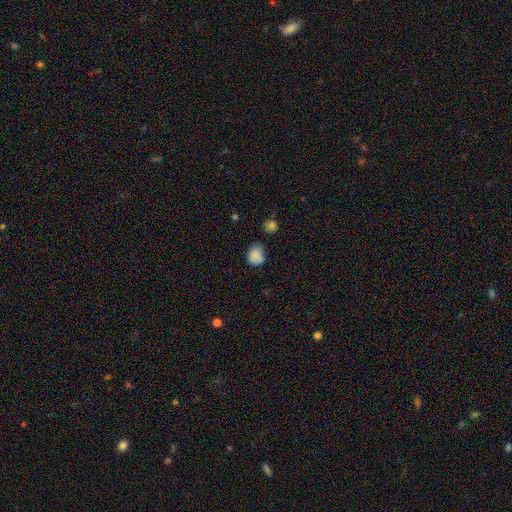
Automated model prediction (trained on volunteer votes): Smooth or featured?
  - smooth: 84% *
  - star or artifact: 11%
  - featured or disk: 5%
How rounded?
  - round: 56% *
  - in between: 43%
  - cigar-shaped: 1%
Merging?
  - none: 59% *
  - minor disturbance: 30%
  - major disturbance: 6%
  - merger: 5%